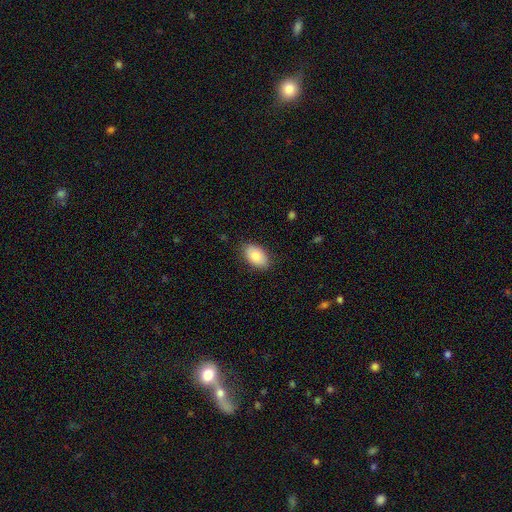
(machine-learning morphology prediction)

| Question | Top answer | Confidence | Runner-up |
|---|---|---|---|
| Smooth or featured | smooth | 84% | featured or disk (10%) |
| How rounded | in between | 92% | round (7%) |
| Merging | none | 86% | minor disturbance (11%) |